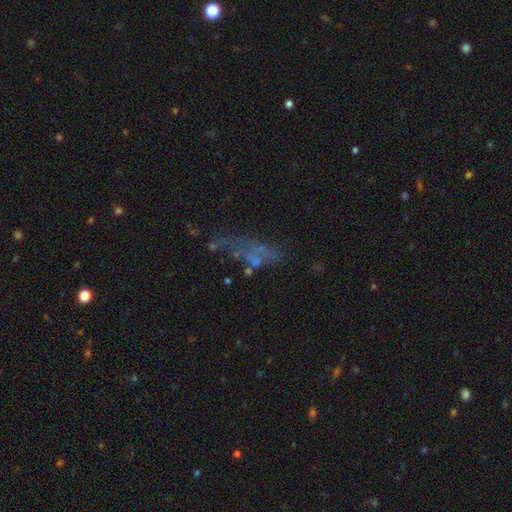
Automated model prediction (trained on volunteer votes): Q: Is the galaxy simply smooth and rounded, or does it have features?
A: featured or disk — 44%.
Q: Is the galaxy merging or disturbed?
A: major disturbance — 36%.